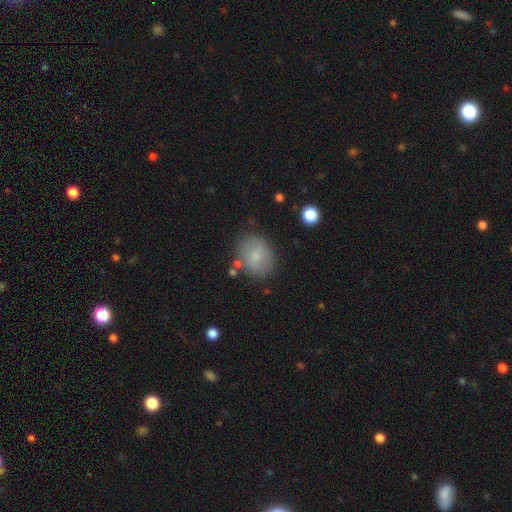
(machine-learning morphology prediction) The model was most divided on "how rounded": round: 57%, in between: 42%, cigar-shaped: 1%. More confident: merging — none (77%); smooth or featured — smooth (69%).